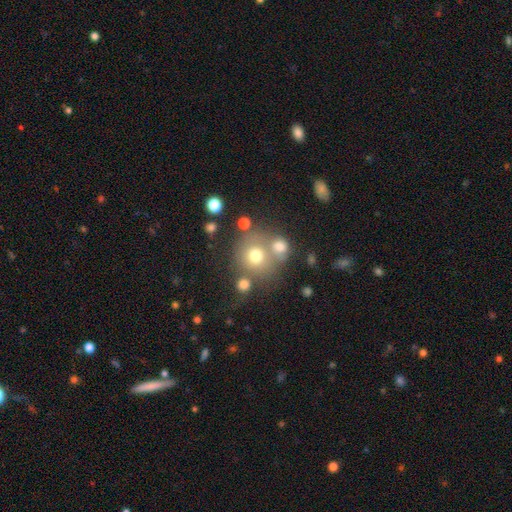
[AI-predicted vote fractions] Smooth or featured: smooth — 71% (star or artifact — 15%)
How rounded: round — 88% (in between — 11%)
Merging: none — 54% (merger — 30%)